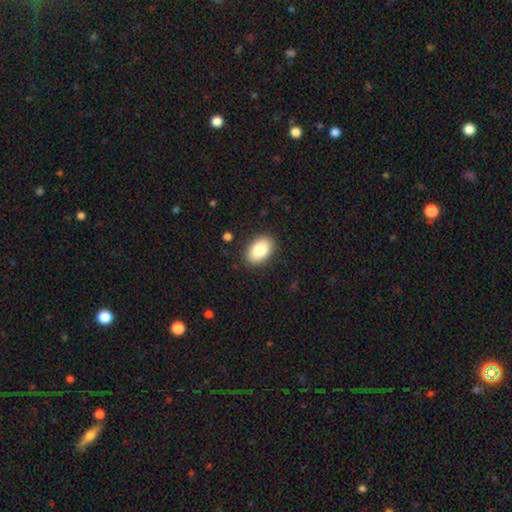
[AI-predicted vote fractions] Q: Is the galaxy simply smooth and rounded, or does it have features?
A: smooth — 83%.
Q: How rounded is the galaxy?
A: in between — 89%.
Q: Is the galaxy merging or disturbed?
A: none — 90%.